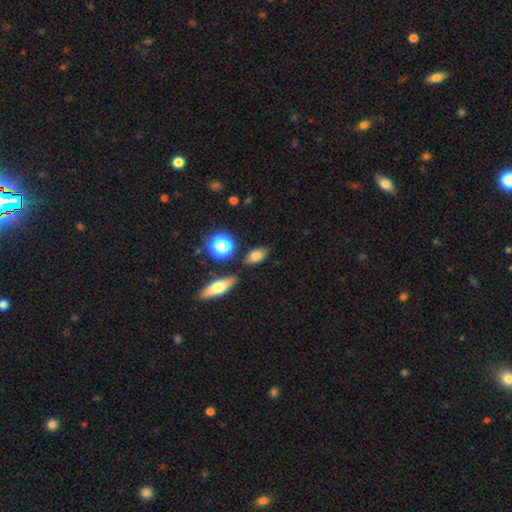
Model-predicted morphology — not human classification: This appears to be a smooth galaxy with no disk features (77%) that is in between round and cigar-shaped (80%). Merging: none (80%).